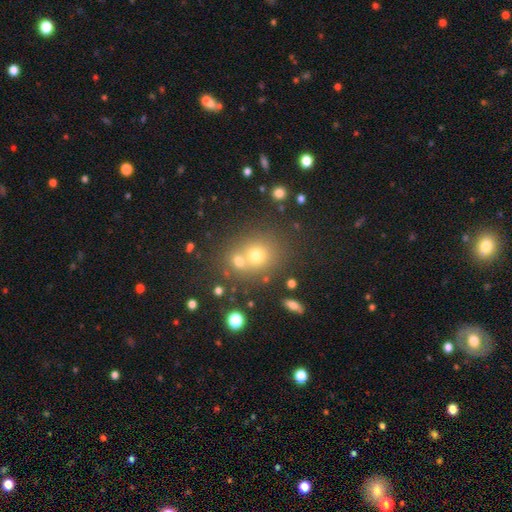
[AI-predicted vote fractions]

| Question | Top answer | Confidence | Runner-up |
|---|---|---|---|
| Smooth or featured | smooth | 65% | star or artifact (20%) |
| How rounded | round | 75% | in between (24%) |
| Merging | none | 48% | merger (41%) |